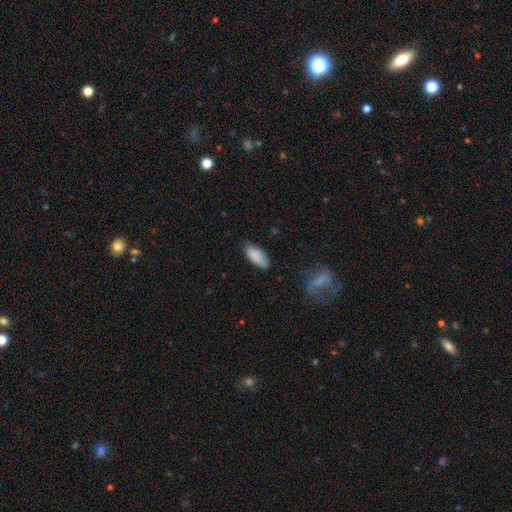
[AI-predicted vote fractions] Q: Smooth or featured?
A: smooth (86%); runner-up: featured or disk (7%)
Q: How rounded?
A: in between (85%); runner-up: cigar-shaped (13%)
Q: Merging?
A: none (75%); runner-up: minor disturbance (20%)